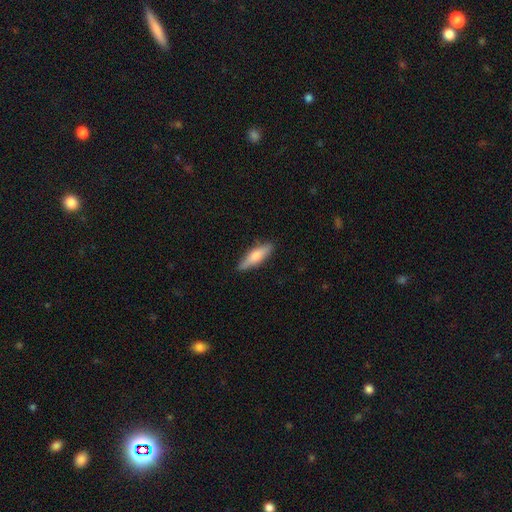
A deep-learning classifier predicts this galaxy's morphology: Smooth or featured?
  - smooth: 67% *
  - featured or disk: 28%
  - star or artifact: 6%
How rounded?
  - cigar-shaped: 60% *
  - in between: 38%
  - round: 2%
Merging?
  - none: 85% *
  - minor disturbance: 11%
  - major disturbance: 2%
  - merger: 1%